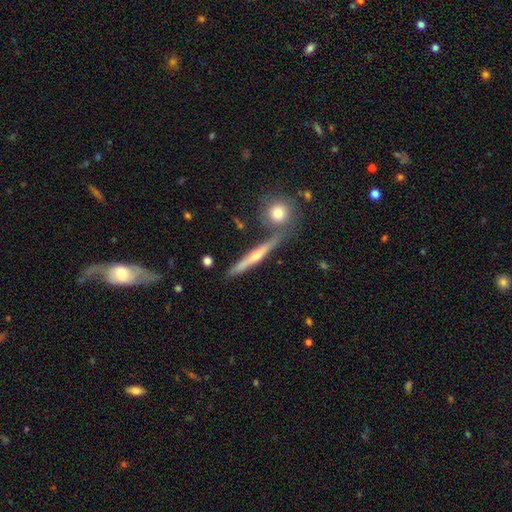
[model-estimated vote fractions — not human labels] A featured or disk galaxy (75%) viewed edge-on (96%) with a rounded central bulge (82%). Merging: none (78%).